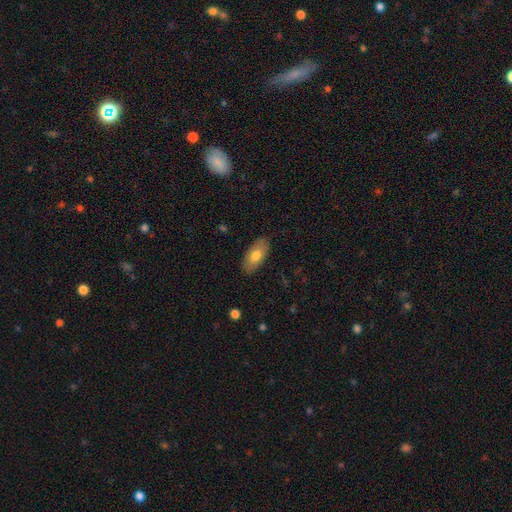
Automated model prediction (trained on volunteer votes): Overall: smooth (71%). How rounded: in between (92%). Merging: none (86%).